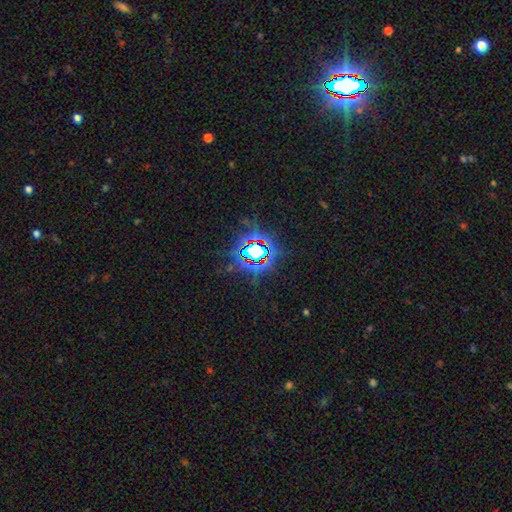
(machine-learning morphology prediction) Q: Smooth or featured?
A: star or artifact (76%); runner-up: smooth (13%)